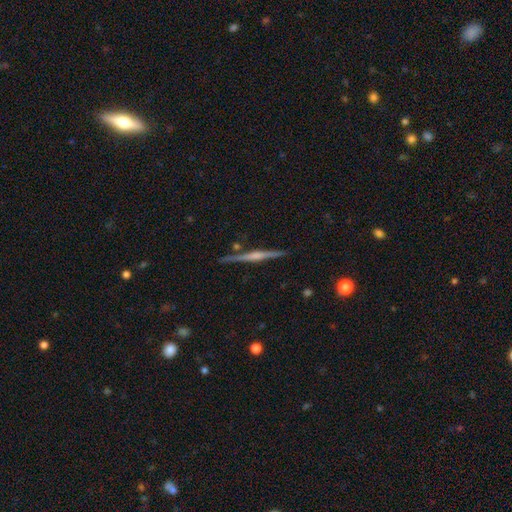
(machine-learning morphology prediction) This is likely a featured or disk galaxy (79%). It is clearly viewed edge-on (98%). Edge-on bulge: likely rounded (62%). Merging: clearly none (90%).